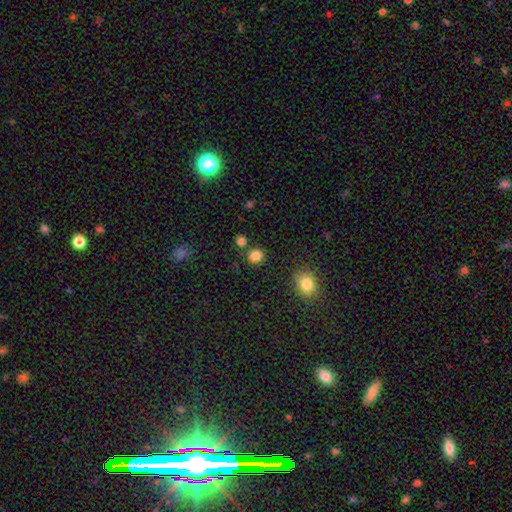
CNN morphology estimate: Smooth or featured?
  - smooth: 83% *
  - star or artifact: 12%
  - featured or disk: 4%
How rounded?
  - round: 83% *
  - in between: 16%
  - cigar-shaped: 1%
Merging?
  - none: 80% *
  - minor disturbance: 9%
  - merger: 8%
  - major disturbance: 3%